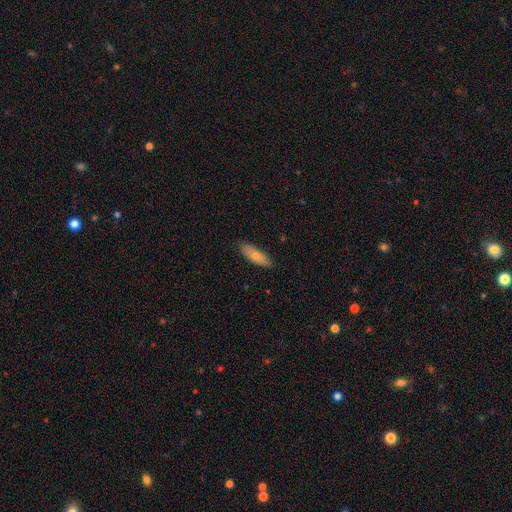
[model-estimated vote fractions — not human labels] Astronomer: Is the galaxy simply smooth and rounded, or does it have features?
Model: smooth — 78%.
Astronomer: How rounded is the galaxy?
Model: in between — 60% (runner-up: cigar-shaped, 38%).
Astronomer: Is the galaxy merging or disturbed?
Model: none — 84%.